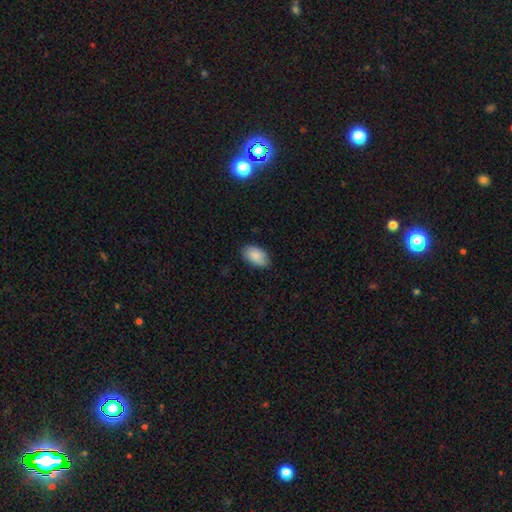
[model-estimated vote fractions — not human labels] smooth 88%, star or artifact 6%, featured or disk 5%. Down the decision tree: how rounded — in between (94%); merging — none (83%).